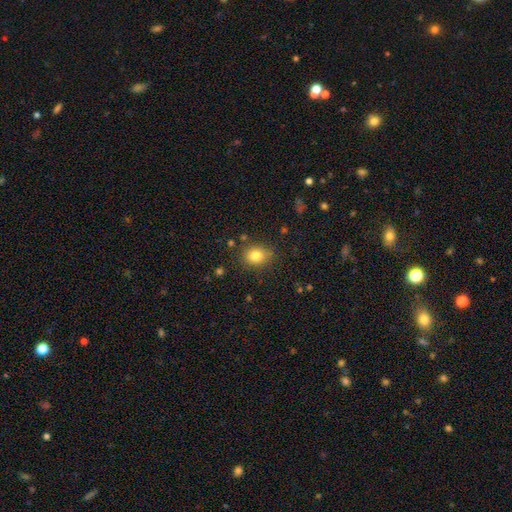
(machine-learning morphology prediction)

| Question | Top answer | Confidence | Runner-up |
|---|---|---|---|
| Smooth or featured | smooth | 80% | star or artifact (12%) |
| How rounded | round | 58% | in between (41%) |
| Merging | none | 80% | minor disturbance (14%) |